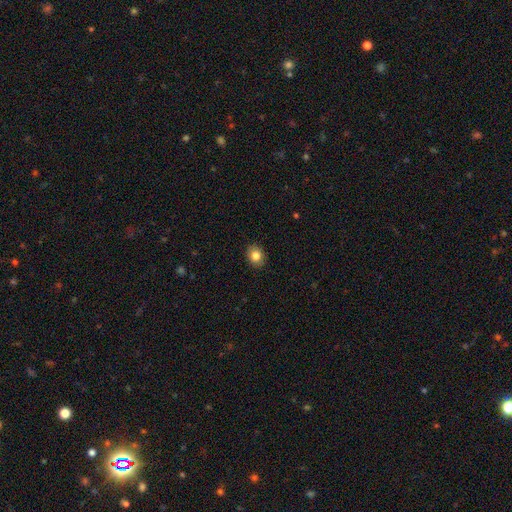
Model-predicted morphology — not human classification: Smooth or featured? Predicted: smooth (p=0.83). How rounded? Predicted: round (p=0.60). Merging? Predicted: none (p=0.90).